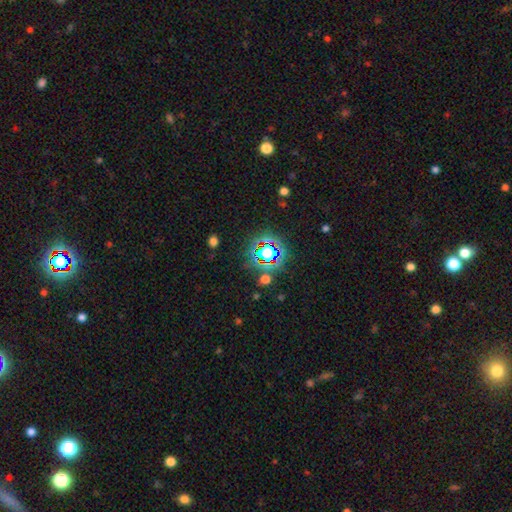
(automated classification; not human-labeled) A star or artifact, not a galaxy (77%).

Vote fractions:
- Smooth or featured? star or artifact: 77% / smooth: 14% / featured or disk: 9%